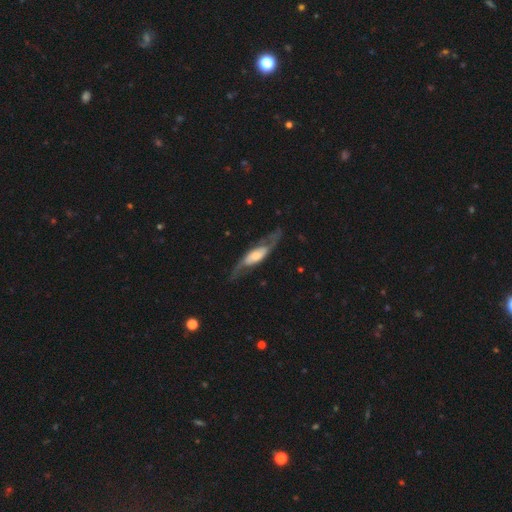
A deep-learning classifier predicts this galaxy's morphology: This appears to be a featured or disk galaxy (76%) with no bar (51%), spiral arms (86%) and a moderate central bulge (38%). Merging: none (68%).